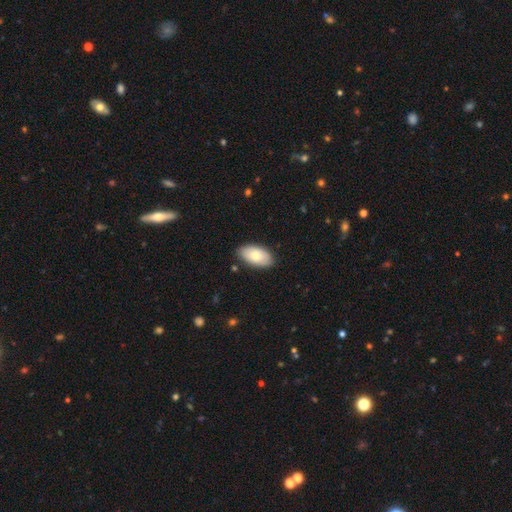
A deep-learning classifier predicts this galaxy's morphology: type=smooth (73%); roundness=in between (94%); merging=none (85%).